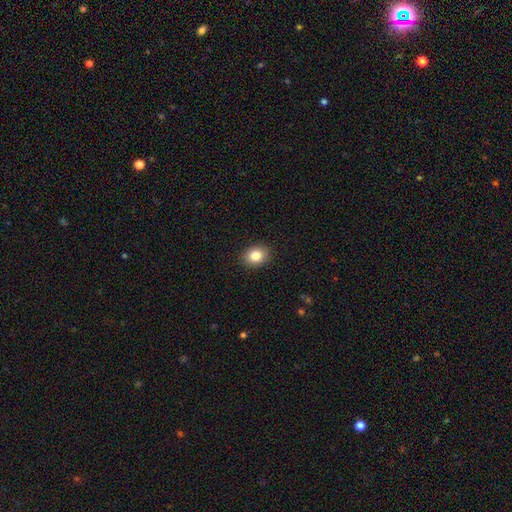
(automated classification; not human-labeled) This appears to be a smooth galaxy with no disk features (84%) that is in between round and cigar-shaped (57%). Merging: none (90%).